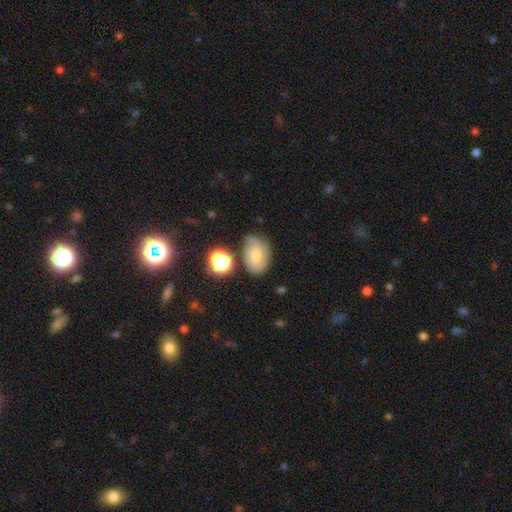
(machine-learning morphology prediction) Smooth or featured?
  - featured or disk: 50% *
  - smooth: 31%
  - star or artifact: 19%
Merging?
  - none: 67% *
  - minor disturbance: 21%
  - major disturbance: 7%
  - merger: 5%